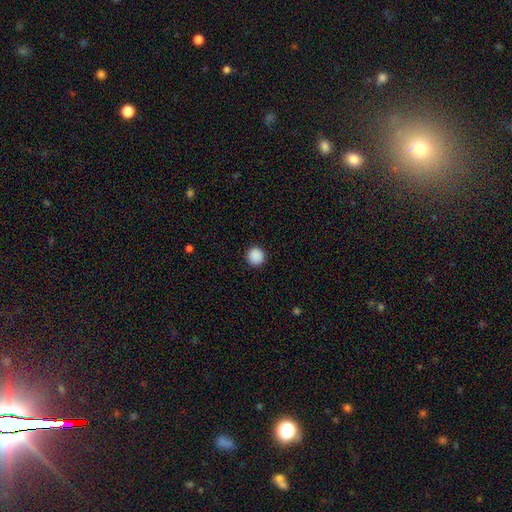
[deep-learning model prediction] Smooth or featured: smooth — 90% (star or artifact — 8%)
How rounded: round — 95% (in between — 4%)
Merging: none — 93% (minor disturbance — 4%)